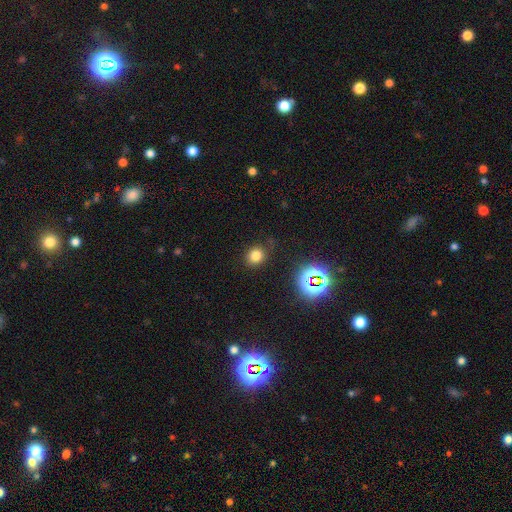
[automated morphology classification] This appears to be a smooth galaxy with no disk features (74%) that is round (74%). Merging: none (83%).